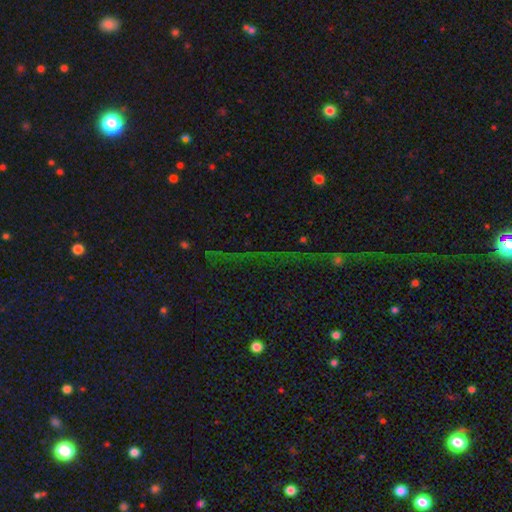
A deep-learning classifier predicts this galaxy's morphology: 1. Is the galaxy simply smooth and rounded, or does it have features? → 76% star or artifact, 13% smooth, 12% featured or disk.